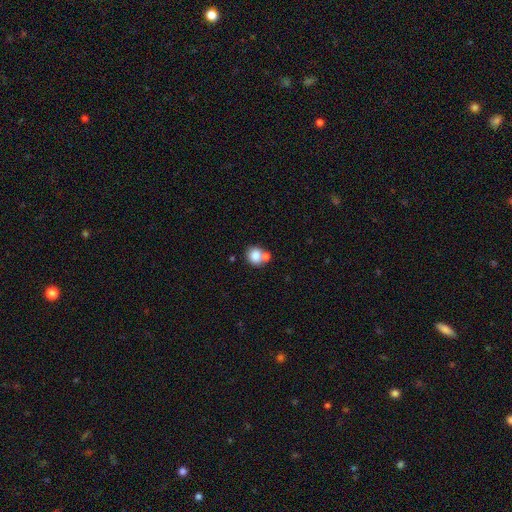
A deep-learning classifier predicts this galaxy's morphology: type=smooth (81%); roundness=round (79%); merging=none (54%).